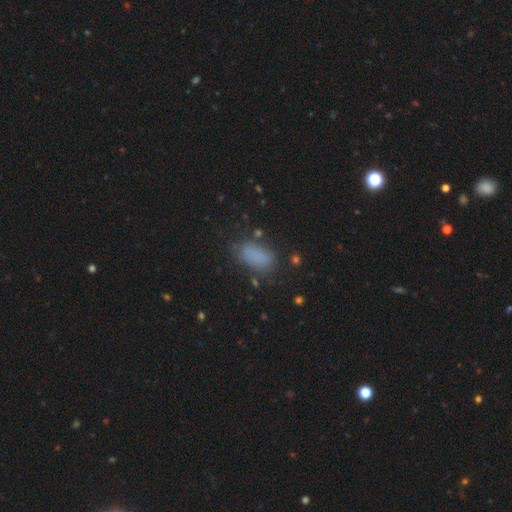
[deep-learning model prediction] Smooth or featured? Predicted: smooth (p=0.81). How rounded? Predicted: in between (p=0.90). Merging? Predicted: none (p=0.70).